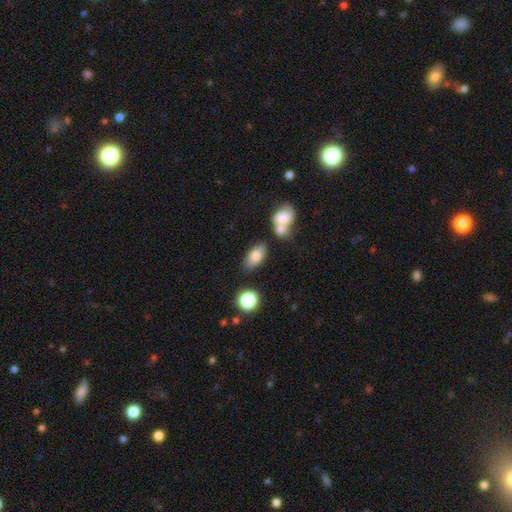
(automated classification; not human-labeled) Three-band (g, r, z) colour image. It shows a smooth galaxy with no disk features (76%) that is in between round and cigar-shaped (87%). Merging: none (70%).